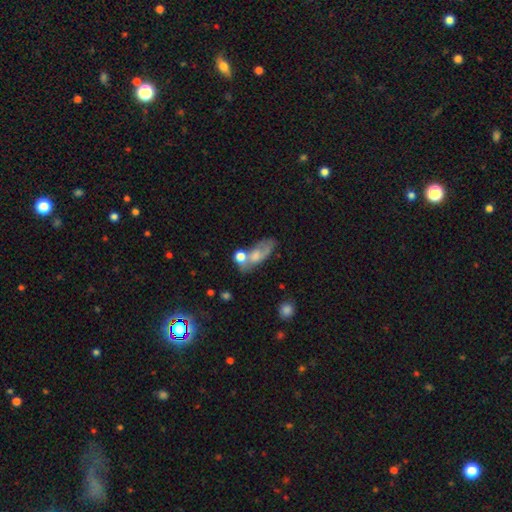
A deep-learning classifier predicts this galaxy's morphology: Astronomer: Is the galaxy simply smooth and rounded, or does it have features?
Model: smooth — 57% (runner-up: featured or disk, 33%).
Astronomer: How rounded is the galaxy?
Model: in between — 77%.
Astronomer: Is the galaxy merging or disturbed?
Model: none — 34% (runner-up: merger, 30%).